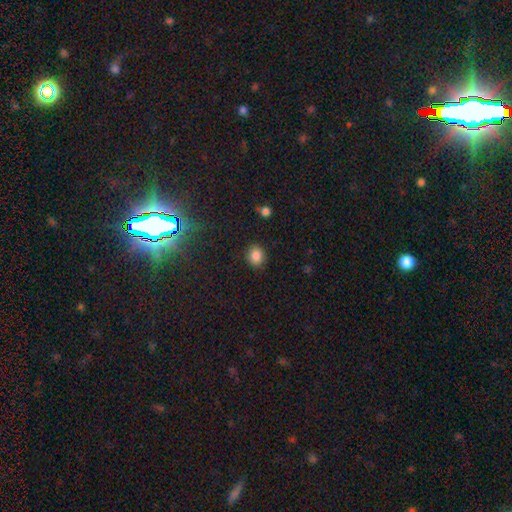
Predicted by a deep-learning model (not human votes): Overall: smooth (85%). How rounded: round (71%). Merging: none (89%).